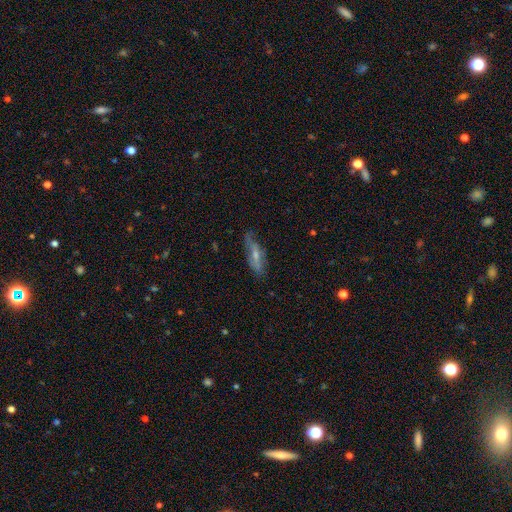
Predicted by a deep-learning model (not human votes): Smooth or featured: featured or disk — 53% (smooth — 39%)
Edge-on disk: no — 56% (yes — 44%)
Merging: none — 61% (minor disturbance — 26%)